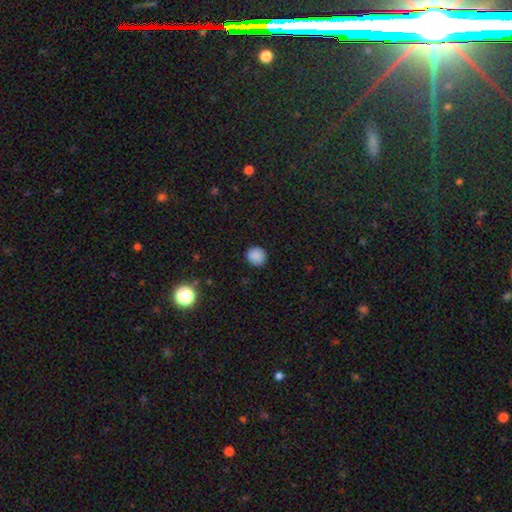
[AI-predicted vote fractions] The model was most divided on "how rounded": round: 86%, in between: 13%, cigar-shaped: 1%. More confident: merging — none (90%); smooth or featured — smooth (87%).